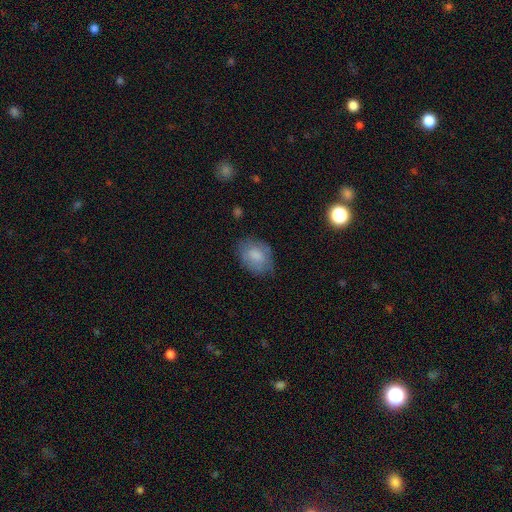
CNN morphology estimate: type=smooth (78%); roundness=in between (76%); merging=none (70%).